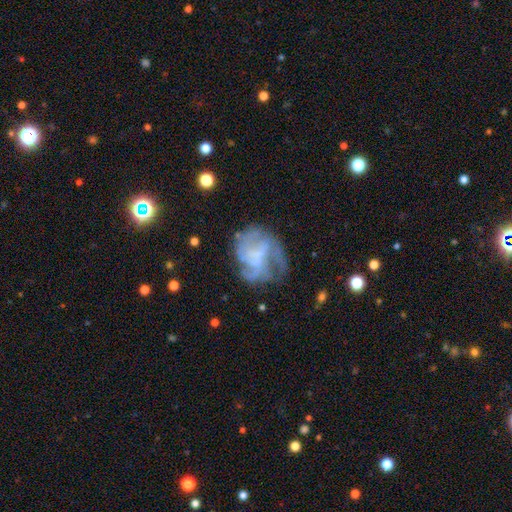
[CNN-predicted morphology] A featured or disk galaxy (71%) with no bar (64%), medium (39%) spiral arms (74%) and no central bulge (55%).

Vote fractions:
- Smooth or featured? featured or disk: 71% / smooth: 19% / star or artifact: 10%
- Edge-on disk? no: 98% / yes: 2%
- Bar? no: 64% / weak: 29% / strong: 7%
- Spiral arms? yes: 74% / no: 26%
- Spiral winding? medium: 39% / tight: 36% / loose: 25%
- Spiral arm count? can't tell: 37% / 3: 24% / 4: 16% / 2: 11% / more than 4: 6% / 1: 6%
- Bulge size? none: 55% / small: 27% / moderate: 13% / large: 3% / dominant: 1%
- Merging? none: 47% / major disturbance: 27% / minor disturbance: 23% / merger: 3%